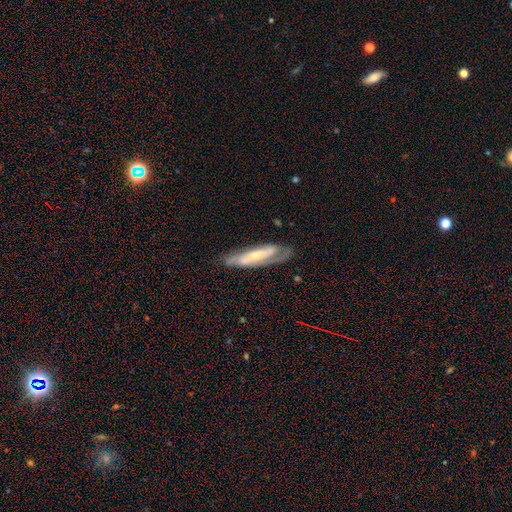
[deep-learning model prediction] Smooth or featured? Predicted: featured or disk (p=0.71). Edge-on disk? Predicted: no (p=0.70). Merging? Predicted: none (p=0.64).